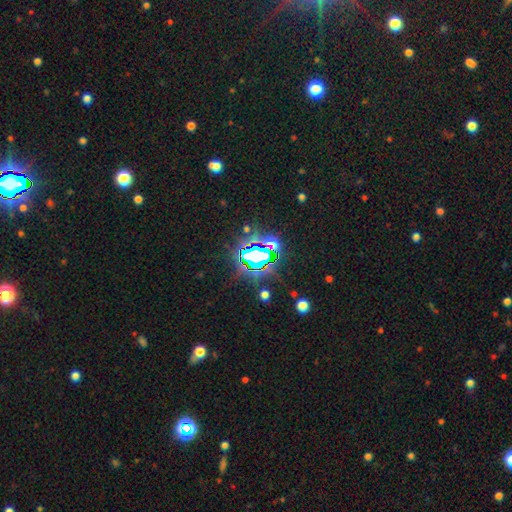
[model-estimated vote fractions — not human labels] star or artifact 76%, smooth 13%, featured or disk 11%.